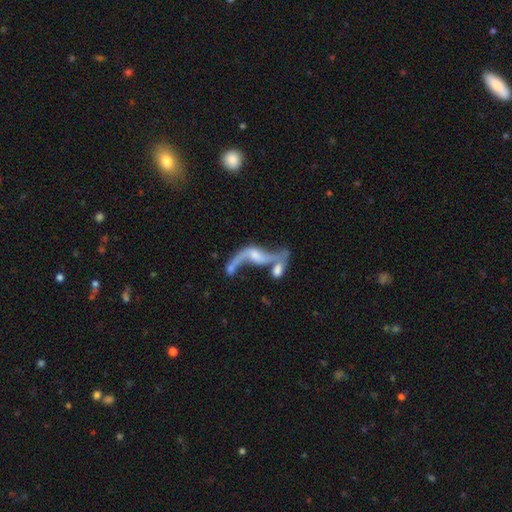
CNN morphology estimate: Smooth or featured?
  - featured or disk: 81% *
  - smooth: 11%
  - star or artifact: 8%
Edge-on disk?
  - no: 90% *
  - yes: 10%
Bar?
  - no: 48% *
  - weak: 36%
  - strong: 15%
Spiral arms?
  - yes: 85% *
  - no: 15%
Spiral winding?
  - loose: 92% *
  - medium: 6%
  - tight: 2%
Spiral arm count?
  - 2: 84% *
  - 1: 10%
  - can't tell: 3%
  - 3: 1%
  - 4: 1%
  - more than 4: 1%
Bulge size?
  - small: 38% *
  - moderate: 32%
  - none: 22%
  - large: 6%
  - dominant: 2%
Merging?
  - merger: 45% *
  - none: 27%
  - major disturbance: 17%
  - minor disturbance: 11%